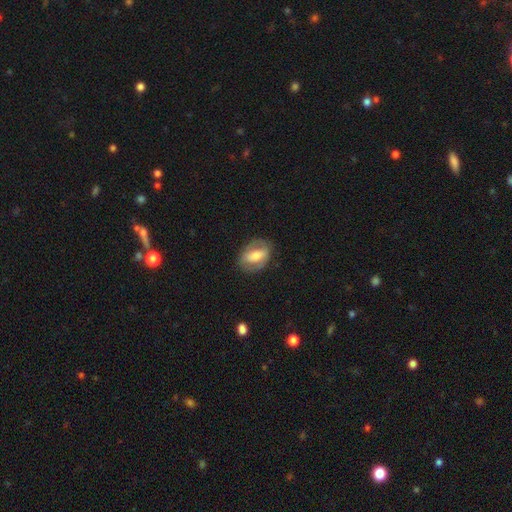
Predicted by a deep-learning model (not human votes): Smooth or featured?
  - smooth: 47% *
  - featured or disk: 46%
  - star or artifact: 7%
Merging?
  - none: 77% *
  - minor disturbance: 15%
  - major disturbance: 6%
  - merger: 1%